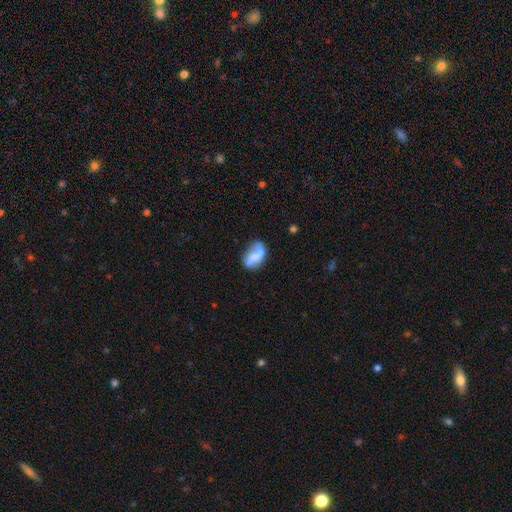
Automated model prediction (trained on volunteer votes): Morphology: type=smooth (53%); roundness=in between (86%); merging=none (40%).